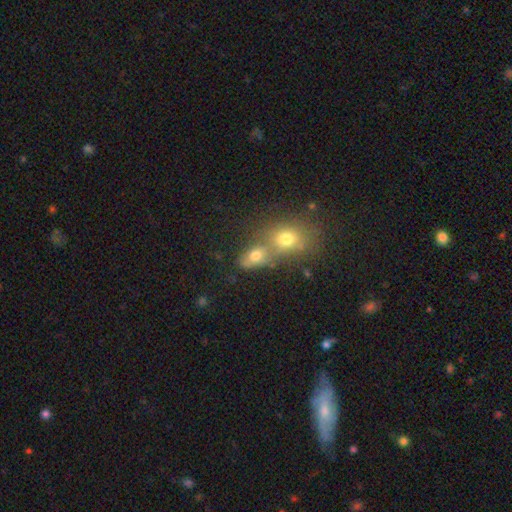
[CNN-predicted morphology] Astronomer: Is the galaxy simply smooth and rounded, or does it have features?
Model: smooth — 69%.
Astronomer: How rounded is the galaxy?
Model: in between — 68%.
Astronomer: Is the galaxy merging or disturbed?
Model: merger — 51% (runner-up: none, 34%).